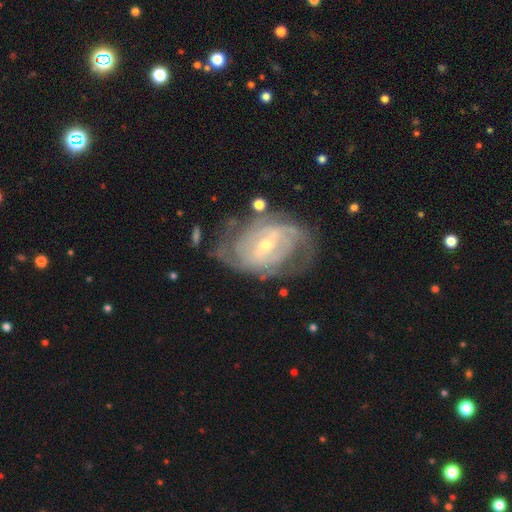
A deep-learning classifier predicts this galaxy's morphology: Q: Smooth or featured?
A: featured or disk (85%); runner-up: smooth (10%)
Q: Edge-on disk?
A: no (96%); runner-up: yes (4%)
Q: Bar?
A: weak (46%); runner-up: strong (28%)
Q: Spiral arms?
A: yes (89%); runner-up: no (11%)
Q: Spiral winding?
A: tight (58%); runner-up: medium (32%)
Q: Spiral arm count?
A: can't tell (37%); runner-up: 2 (35%)
Q: Bulge size?
A: small (62%); runner-up: moderate (35%)
Q: Merging?
A: none (63%); runner-up: minor disturbance (21%)